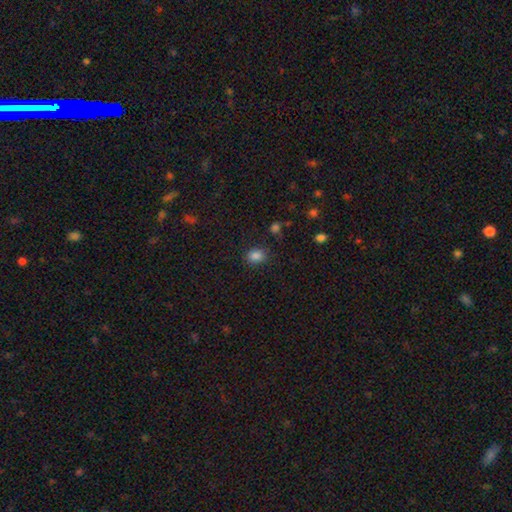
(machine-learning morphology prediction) A smooth galaxy with no disk features (84%) that is in between round and cigar-shaped (56%).

Vote fractions:
- Smooth or featured? smooth: 84% / star or artifact: 12% / featured or disk: 4%
- How rounded? in between: 56% / round: 43% / cigar-shaped: 1%
- Merging? none: 82% / minor disturbance: 12% / major disturbance: 4% / merger: 2%